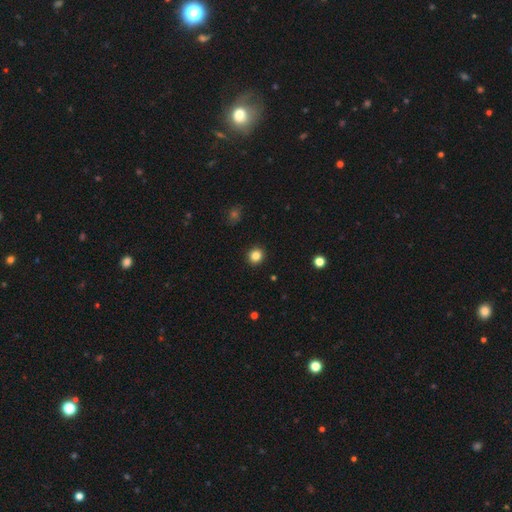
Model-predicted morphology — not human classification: Q: Smooth or featured?
A: smooth (83%); runner-up: star or artifact (12%)
Q: How rounded?
A: round (87%); runner-up: in between (12%)
Q: Merging?
A: none (92%); runner-up: minor disturbance (5%)